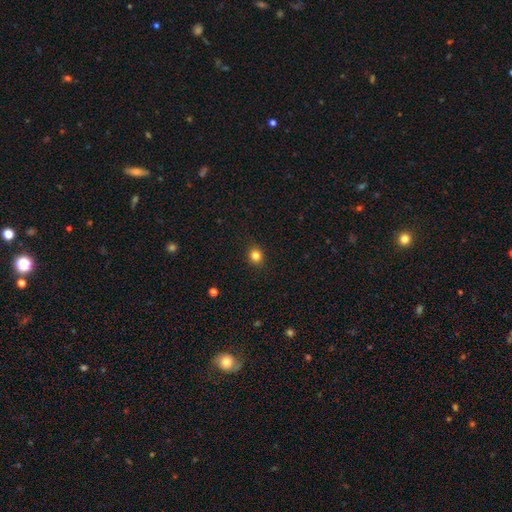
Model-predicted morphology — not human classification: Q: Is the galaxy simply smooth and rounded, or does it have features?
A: smooth — 83%.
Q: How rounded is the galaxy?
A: round — 77%.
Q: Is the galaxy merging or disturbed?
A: none — 90%.